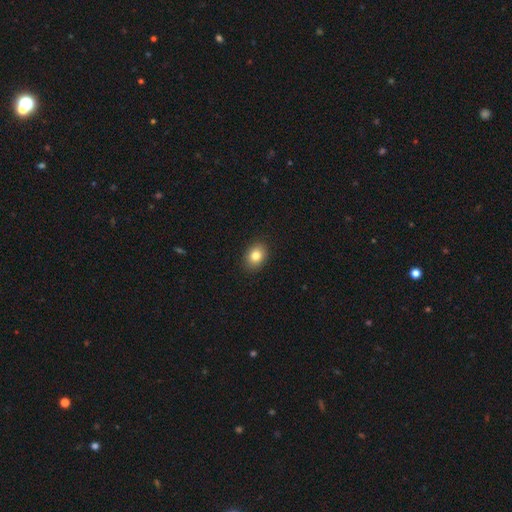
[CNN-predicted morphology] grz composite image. It shows a smooth galaxy with no disk features (83%) that is in between round and cigar-shaped (68%). Merging: none (89%).